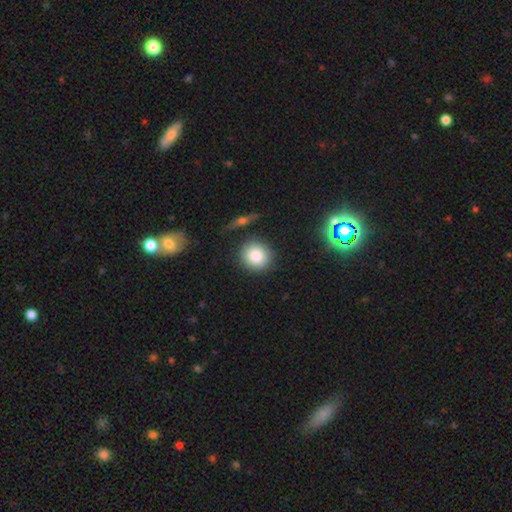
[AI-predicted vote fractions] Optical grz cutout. It shows a smooth galaxy with no disk features (83%) that is round (86%). Merging: none (83%).